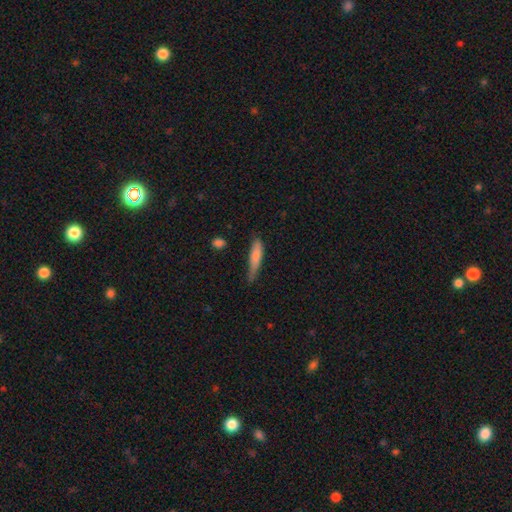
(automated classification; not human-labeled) smooth 74%, featured or disk 20%, star or artifact 7%. Down the decision tree: how rounded — cigar-shaped (82%); merging — none (56%).